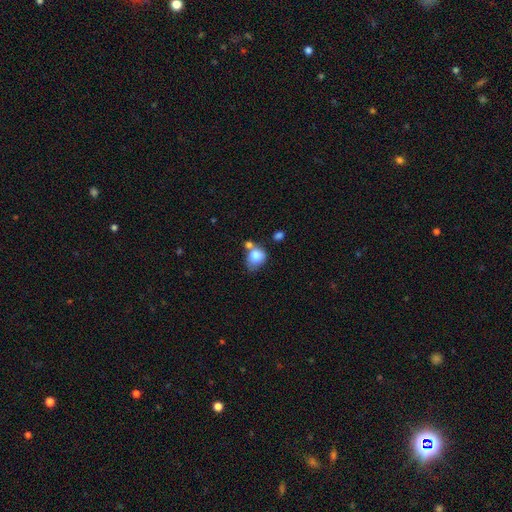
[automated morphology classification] This is clearly a smooth galaxy (82%). How rounded: possibly round (56%). Merging: marginally none (36%).